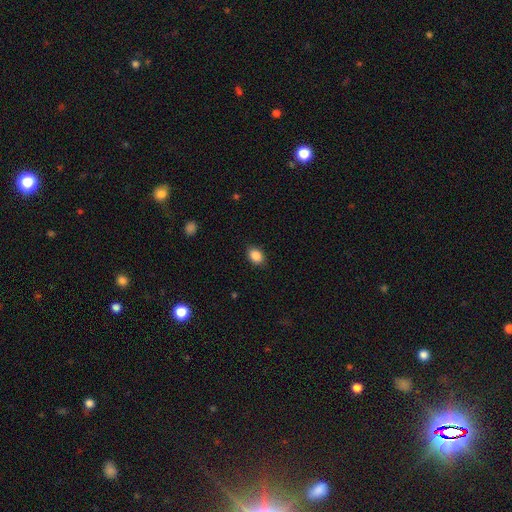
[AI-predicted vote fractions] Overall: smooth (88%). How rounded: in between (75%). Merging: none (87%).